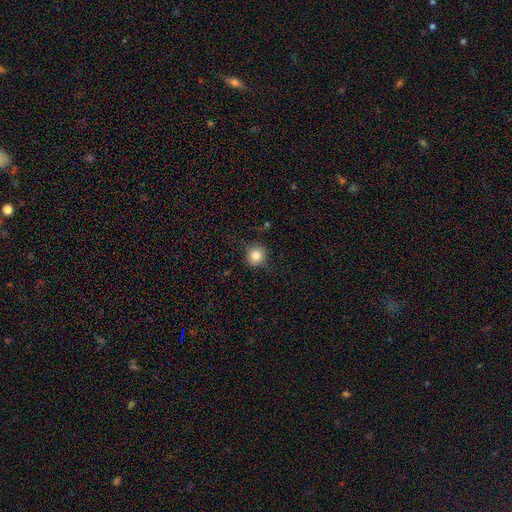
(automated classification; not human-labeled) Smooth or featured: smooth — 82% (star or artifact — 11%)
How rounded: round — 90% (in between — 9%)
Merging: none — 81% (minor disturbance — 14%)